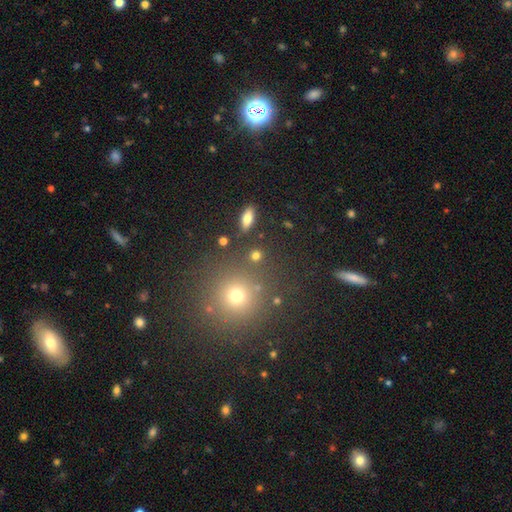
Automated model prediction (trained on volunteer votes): Smooth or featured?
  - smooth: 75% *
  - star or artifact: 17%
  - featured or disk: 8%
How rounded?
  - round: 67% *
  - in between: 28%
  - cigar-shaped: 5%
Merging?
  - none: 83% *
  - minor disturbance: 8%
  - merger: 6%
  - major disturbance: 4%